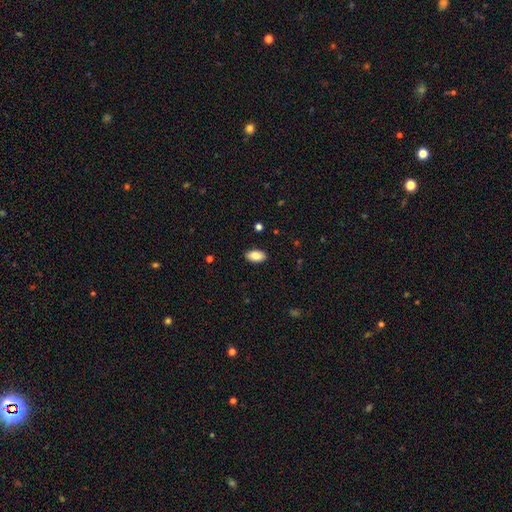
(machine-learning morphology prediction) Q: Smooth or featured?
A: smooth (86%); runner-up: featured or disk (7%)
Q: How rounded?
A: in between (93%); runner-up: round (4%)
Q: Merging?
A: none (89%); runner-up: minor disturbance (8%)